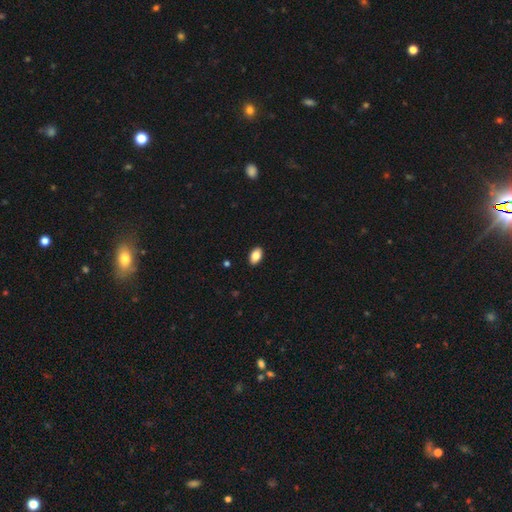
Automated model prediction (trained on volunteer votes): Smooth or featured?
  - smooth: 85% *
  - star or artifact: 8%
  - featured or disk: 7%
How rounded?
  - in between: 91% *
  - round: 7%
  - cigar-shaped: 2%
Merging?
  - none: 90% *
  - minor disturbance: 7%
  - major disturbance: 2%
  - merger: 1%